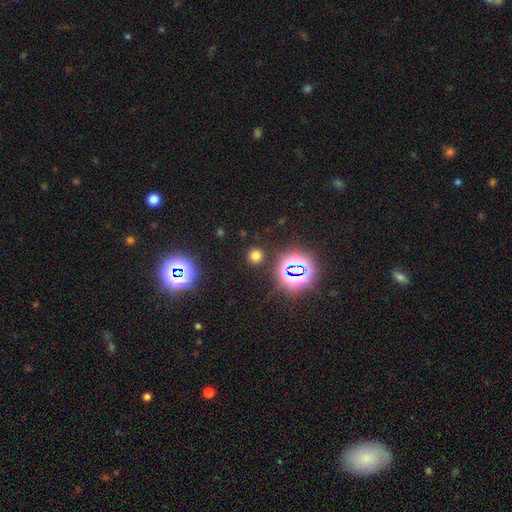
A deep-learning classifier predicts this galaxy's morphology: type=smooth (65%); roundness=round (92%); merging=none (88%).